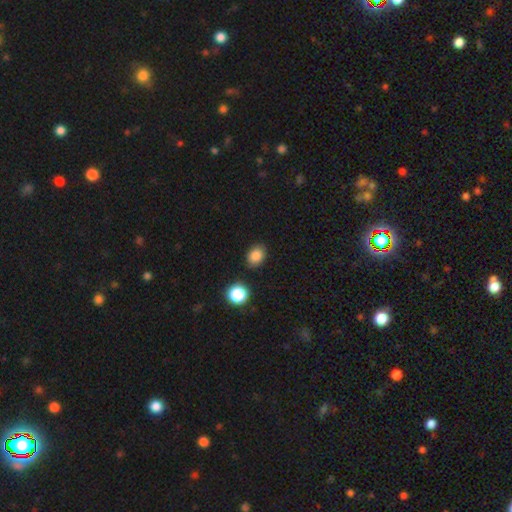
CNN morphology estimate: Smooth or featured? smooth (85%)
How rounded? in between (62%)
Merging? none (83%)